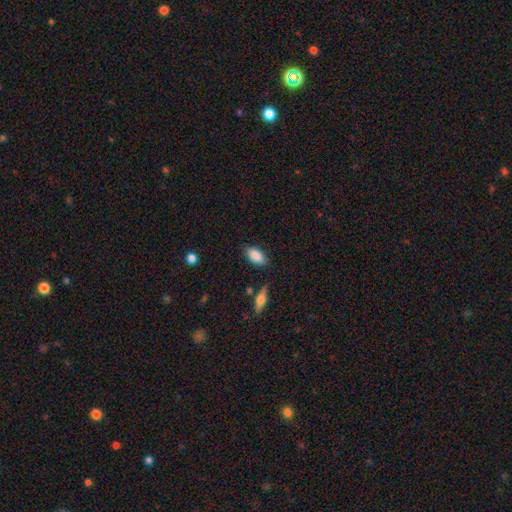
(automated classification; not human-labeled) A smooth galaxy with no disk features (86%) that is in between round and cigar-shaped (89%). Merging: none (80%).